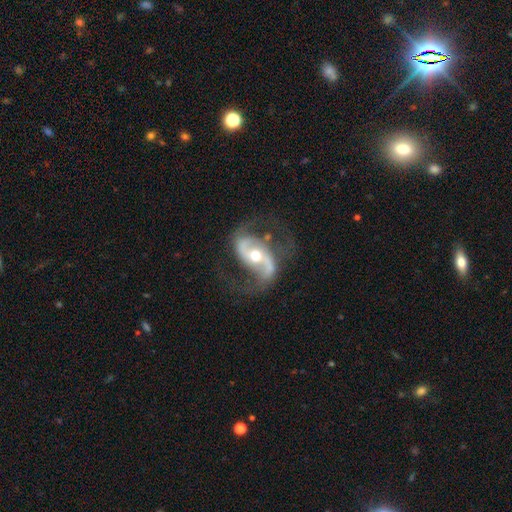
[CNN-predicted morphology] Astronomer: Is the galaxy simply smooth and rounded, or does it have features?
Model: featured or disk — 90%.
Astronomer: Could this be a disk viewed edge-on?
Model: no — 97%.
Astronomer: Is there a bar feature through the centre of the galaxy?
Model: no — 38% (runner-up: weak, 32%).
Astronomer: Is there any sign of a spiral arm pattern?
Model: yes — 96%.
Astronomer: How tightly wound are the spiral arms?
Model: loose — 50% (runner-up: medium, 40%).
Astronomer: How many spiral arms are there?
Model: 2 — 93%.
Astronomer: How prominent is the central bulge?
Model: moderate — 69%.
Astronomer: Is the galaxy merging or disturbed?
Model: none — 69%.